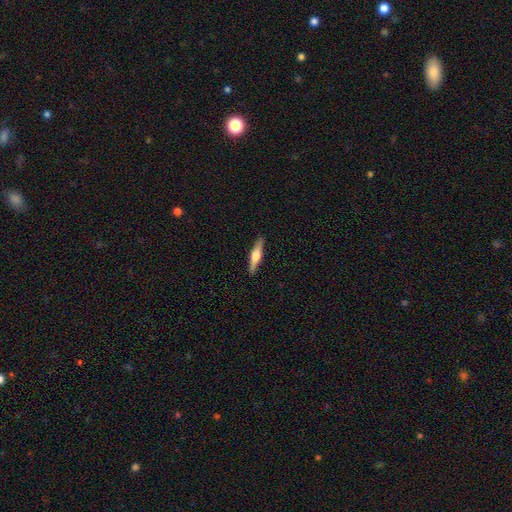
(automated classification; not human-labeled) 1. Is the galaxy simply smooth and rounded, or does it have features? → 58% featured or disk, 37% smooth, 5% star or artifact.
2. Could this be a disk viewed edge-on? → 97% yes, 3% no.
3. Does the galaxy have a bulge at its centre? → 92% rounded, 6% boxy, 3% none.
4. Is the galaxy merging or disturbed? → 91% none, 6% minor disturbance, 1% major disturbance, 1% merger.